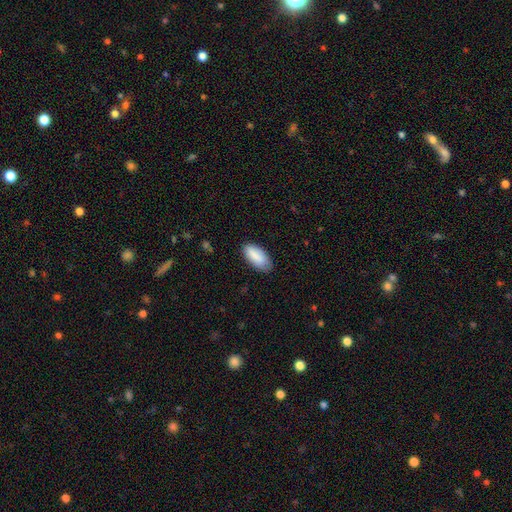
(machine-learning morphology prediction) smooth-or-featured: smooth: 87% | featured or disk: 7% | star or artifact: 6%
  how-rounded: in between: 91% | cigar-shaped: 7% | round: 2%
  merging: none: 77% | minor disturbance: 19% | major disturbance: 3% | merger: 1%